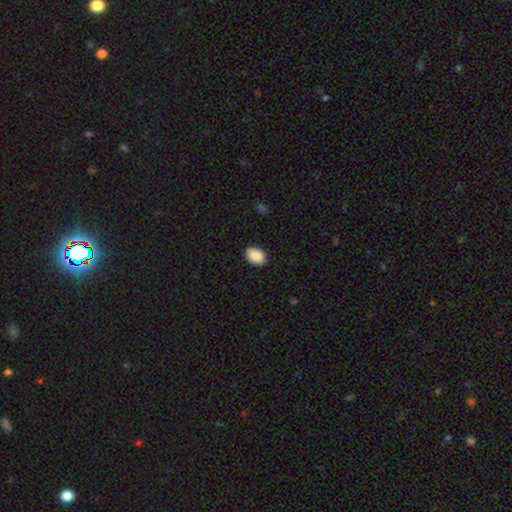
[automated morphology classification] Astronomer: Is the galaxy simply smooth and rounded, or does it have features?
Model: smooth — 90%.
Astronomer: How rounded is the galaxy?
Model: in between — 83%.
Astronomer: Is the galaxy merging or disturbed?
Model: none — 88%.